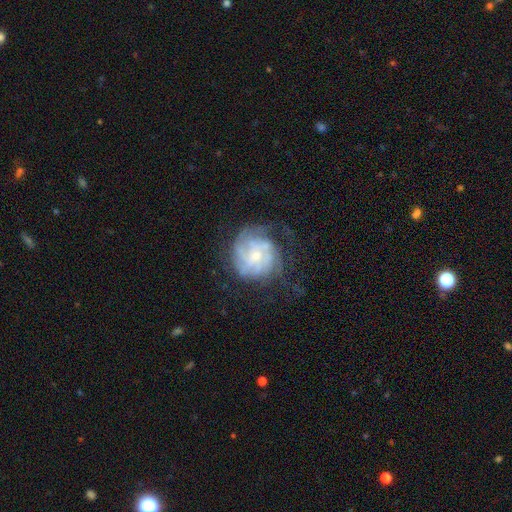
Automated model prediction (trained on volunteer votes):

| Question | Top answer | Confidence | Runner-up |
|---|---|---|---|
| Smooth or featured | featured or disk | 73% | smooth (19%) |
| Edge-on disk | no | 98% | yes (2%) |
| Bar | no | 71% | weak (25%) |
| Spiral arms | yes | 86% | no (14%) |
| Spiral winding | tight | 57% | medium (31%) |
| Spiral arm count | can't tell | 47% | 3 (14%) |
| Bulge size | small | 58% | moderate (33%) |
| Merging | none | 60% | minor disturbance (21%) |